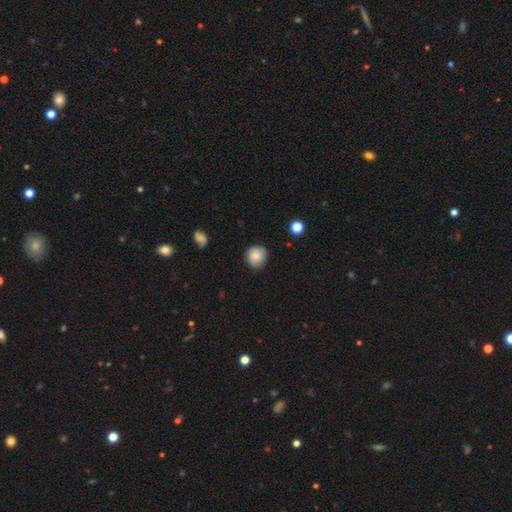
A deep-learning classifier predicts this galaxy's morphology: This appears to be a smooth galaxy with no disk features (79%) that is round (90%). Merging: none (81%).